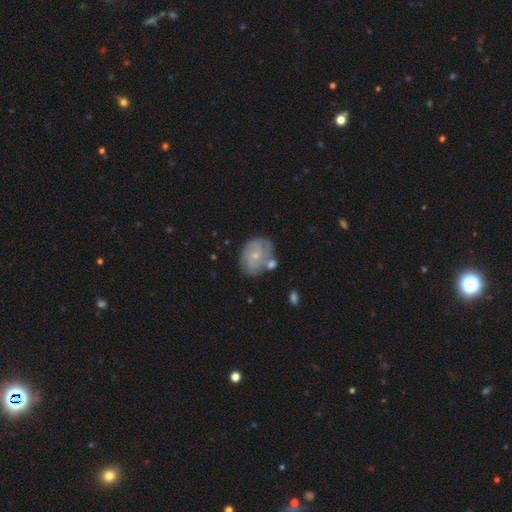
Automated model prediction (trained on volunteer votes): Overall: featured or disk (53%; smooth 40%). Edge-on disk: no (97%). Bar: no (77%). Spiral arms: yes (68%; no 32%). Bulge size: small (72%). Merging: none (59%; minor disturbance 21%).